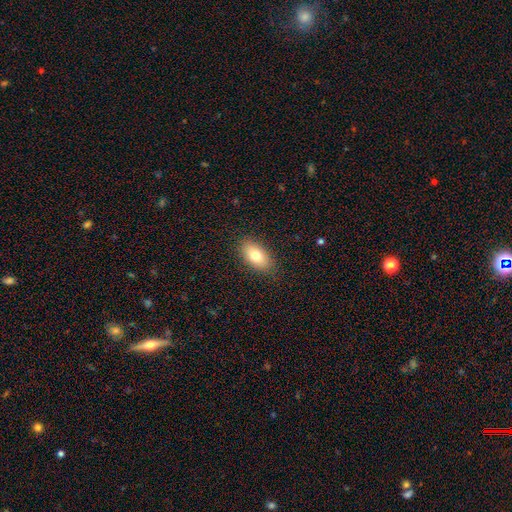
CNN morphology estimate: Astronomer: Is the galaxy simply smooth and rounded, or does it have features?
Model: smooth — 77%.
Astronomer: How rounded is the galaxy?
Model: in between — 90%.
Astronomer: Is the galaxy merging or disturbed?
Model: none — 87%.